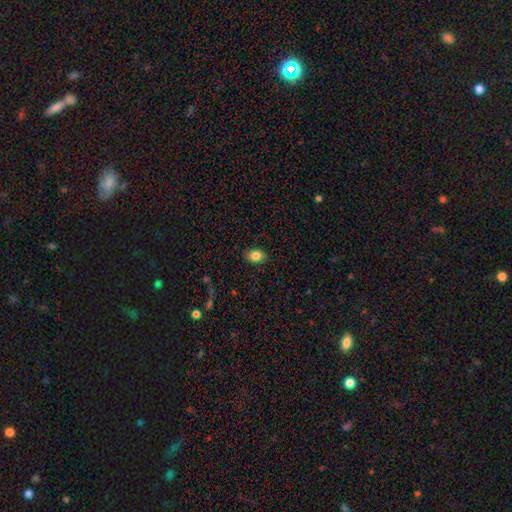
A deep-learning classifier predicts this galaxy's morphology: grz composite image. It shows a smooth galaxy with no disk features (84%) that is in between round and cigar-shaped (70%). Merging: none (87%).